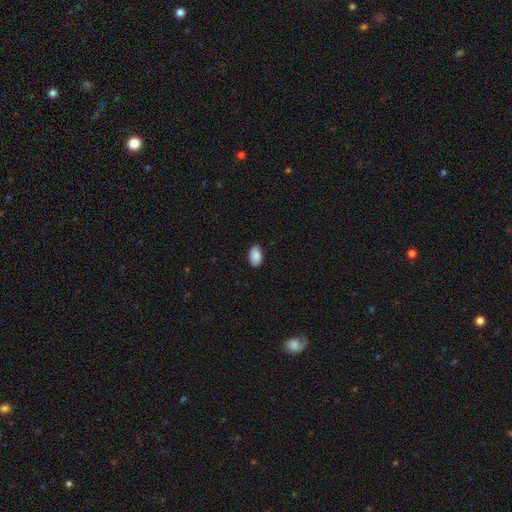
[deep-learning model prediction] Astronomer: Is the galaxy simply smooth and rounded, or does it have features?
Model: smooth — 90%.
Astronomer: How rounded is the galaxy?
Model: in between — 94%.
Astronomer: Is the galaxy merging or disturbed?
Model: none — 88%.